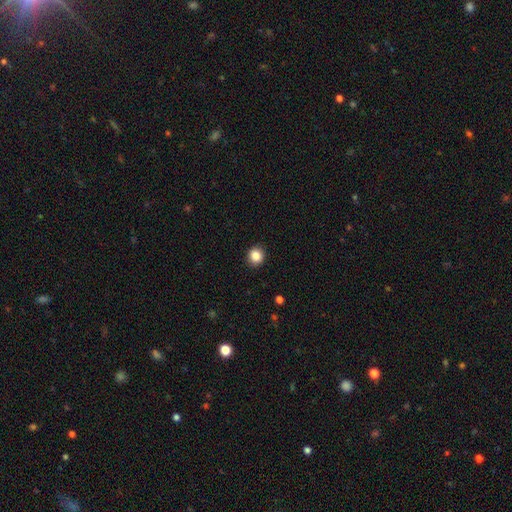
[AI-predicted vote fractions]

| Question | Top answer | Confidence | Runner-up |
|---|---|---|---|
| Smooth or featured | smooth | 86% | star or artifact (10%) |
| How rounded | round | 90% | in between (9%) |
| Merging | none | 91% | minor disturbance (6%) |